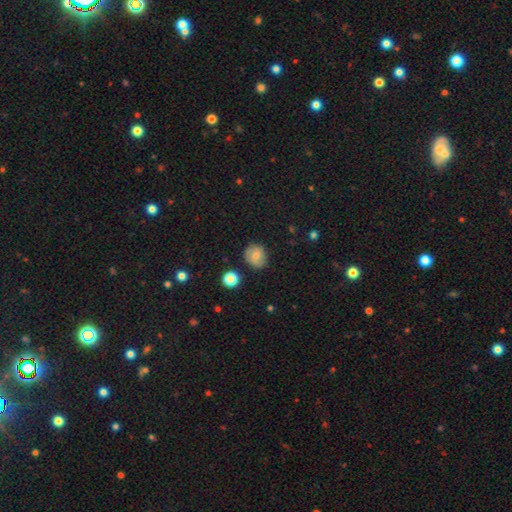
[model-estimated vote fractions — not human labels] smooth 66%, featured or disk 24%, star or artifact 10%. Down the decision tree: how rounded — round (77%); merging — none (77%).